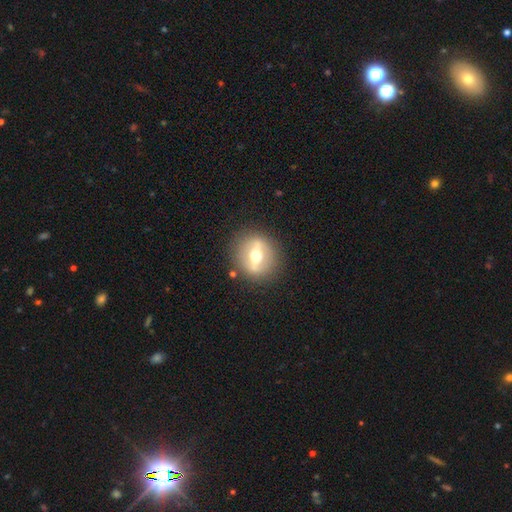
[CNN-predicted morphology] This is likely a featured or disk galaxy (67%). It is likely not viewed edge-on (66%). Merging: clearly none (85%).